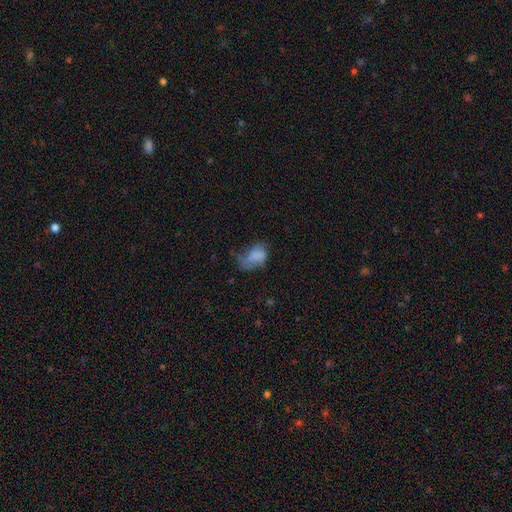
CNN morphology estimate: Overall: smooth (67%). How rounded: in between (85%). Merging: major disturbance (41%; minor disturbance 30%).